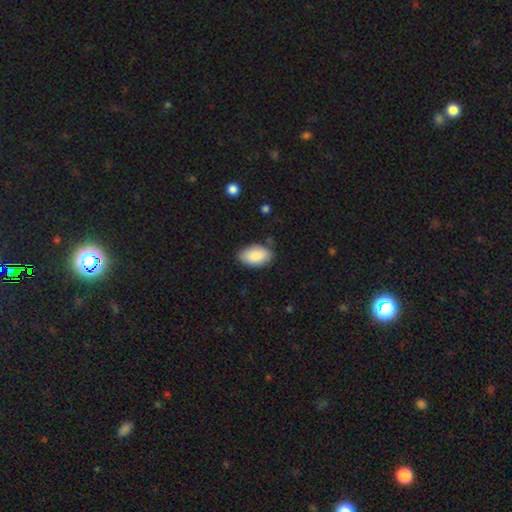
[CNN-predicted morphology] A smooth galaxy with no disk features (85%) that is in between round and cigar-shaped (94%). Merging: none (80%).